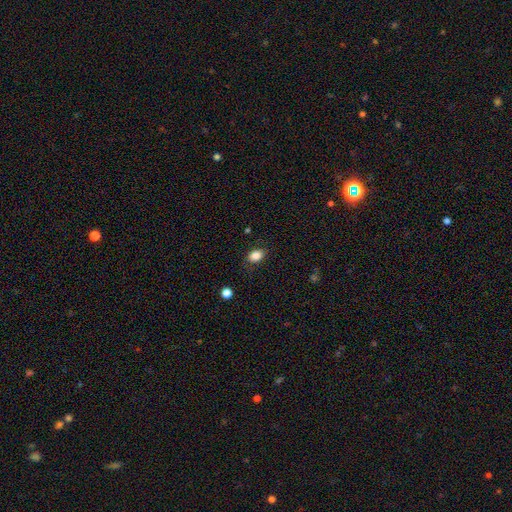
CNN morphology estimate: Smooth or featured: smooth — 85% (star or artifact — 9%)
How rounded: in between — 75% (round — 24%)
Merging: none — 82% (minor disturbance — 13%)